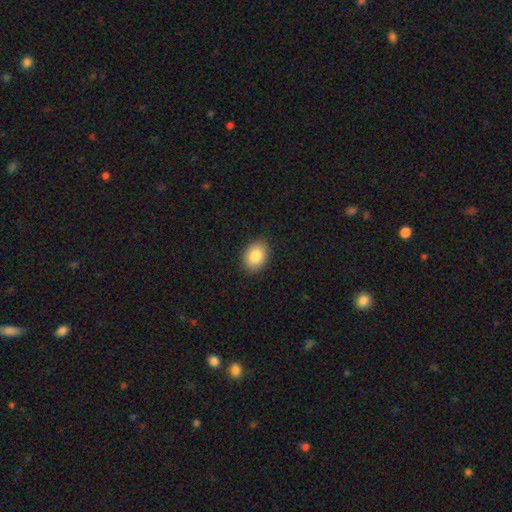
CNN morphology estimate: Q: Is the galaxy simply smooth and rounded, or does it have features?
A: smooth — 85%.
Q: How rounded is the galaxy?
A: in between — 77%.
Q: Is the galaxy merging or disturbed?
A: none — 87%.